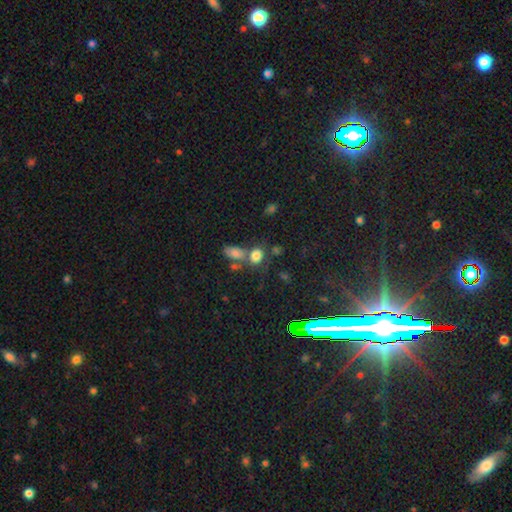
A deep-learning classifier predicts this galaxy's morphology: Smooth or featured? smooth (78%)
How rounded? in between (67%)
Merging? none (47%)